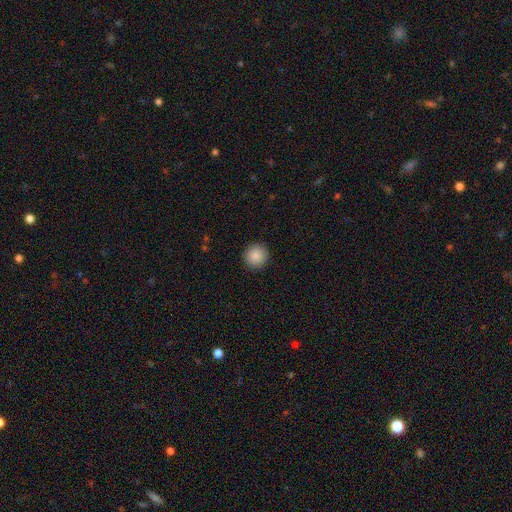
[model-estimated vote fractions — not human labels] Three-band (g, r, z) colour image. It shows a smooth galaxy with no disk features (87%) that is round (94%). Merging: none (92%).